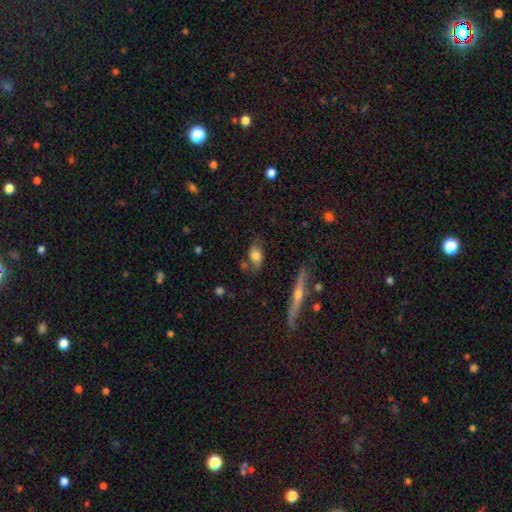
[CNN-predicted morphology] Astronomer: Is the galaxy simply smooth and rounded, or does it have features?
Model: smooth — 59%.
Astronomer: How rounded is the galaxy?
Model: in between — 82%.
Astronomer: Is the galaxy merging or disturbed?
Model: none — 65%.